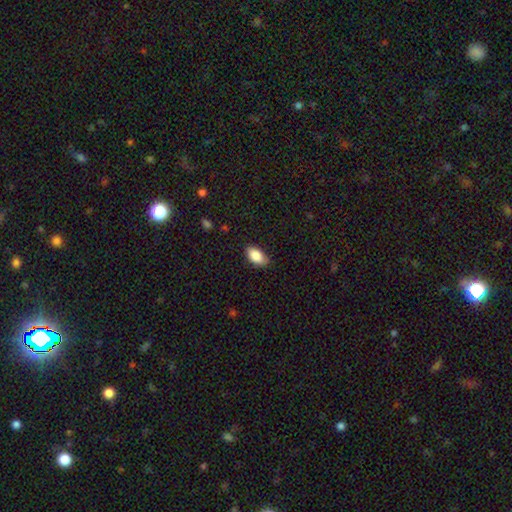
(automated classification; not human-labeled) smooth_or_featured: smooth (p=0.86) [alt: star or artifact p=0.07]
how_rounded: in between (p=0.93) [alt: round p=0.04]
merging: none (p=0.82) [alt: minor disturbance p=0.15]